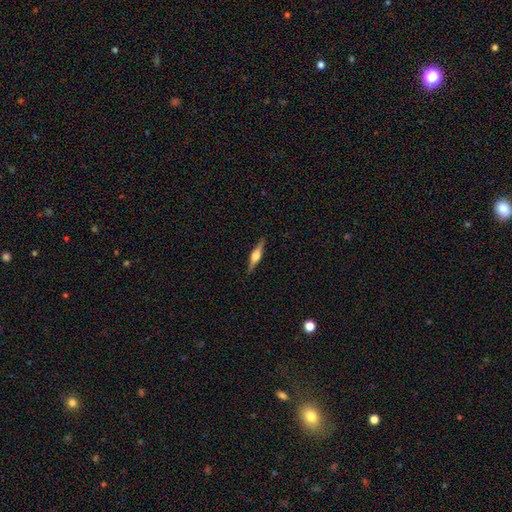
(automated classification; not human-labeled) Overall: featured or disk (71%). Edge-on disk: yes (98%). Edge-on bulge: rounded (90%). Merging: none (90%).